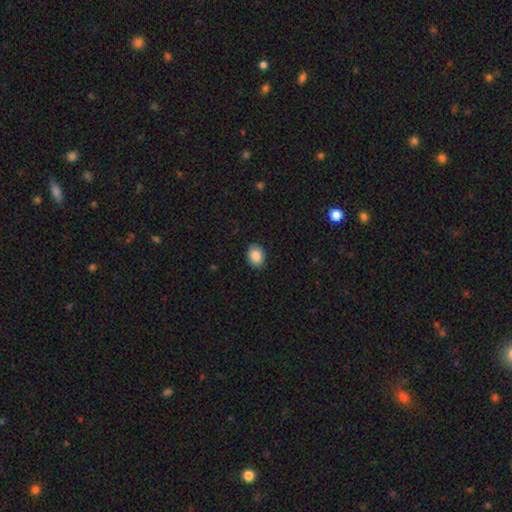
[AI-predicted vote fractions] smooth 89%, star or artifact 8%, featured or disk 3%. Down the decision tree: how rounded — in between (57%); merging — none (89%).